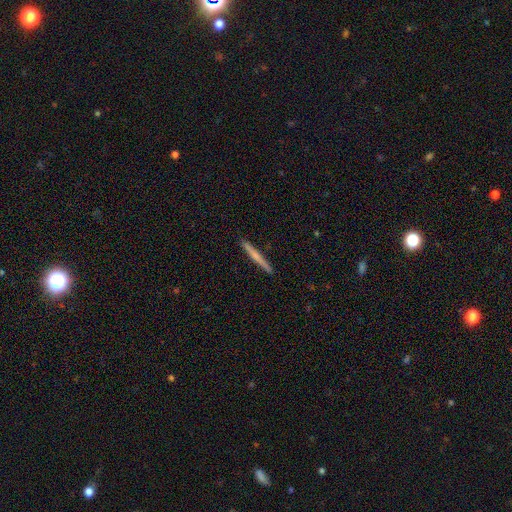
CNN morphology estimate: type=smooth (52%); roundness=cigar-shaped (96%); merging=none (92%).